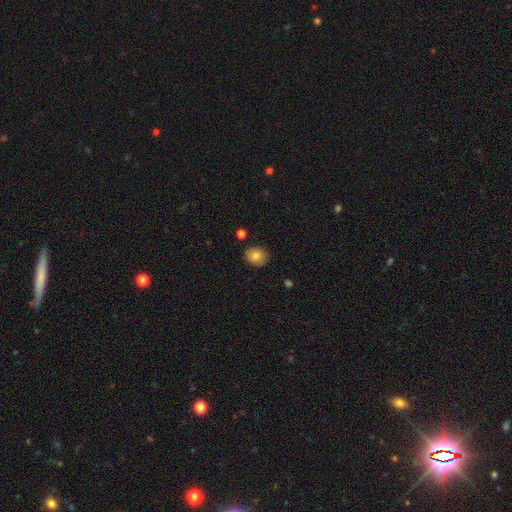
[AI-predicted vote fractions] This appears to be a smooth galaxy with no disk features (81%) that is round (53%). Merging: none (86%).